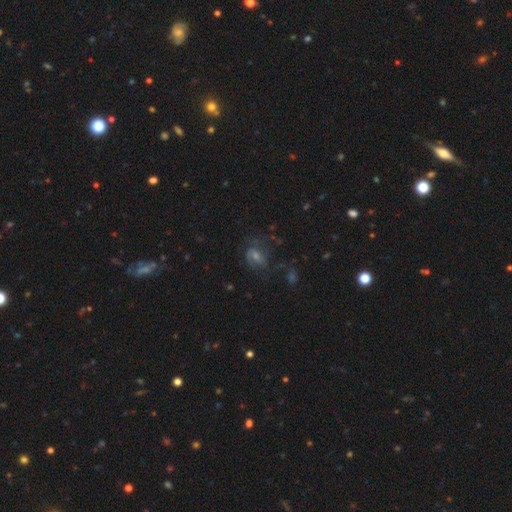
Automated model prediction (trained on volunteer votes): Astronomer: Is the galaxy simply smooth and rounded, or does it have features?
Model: featured or disk — 41% (runner-up: smooth, 31%).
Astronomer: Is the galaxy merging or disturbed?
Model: none — 58%.